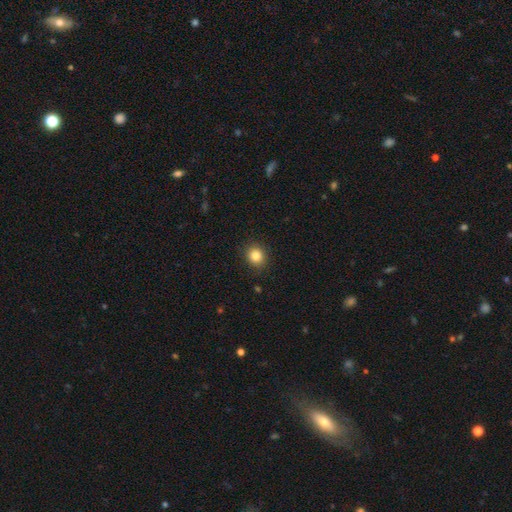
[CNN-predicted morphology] This appears to be a smooth galaxy with no disk features (84%) that is round (77%). Merging: none (89%).